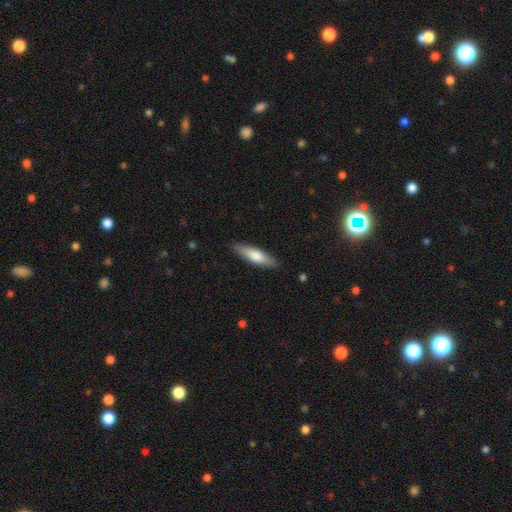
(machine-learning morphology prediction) Q: Smooth or featured?
A: smooth (68%); runner-up: featured or disk (27%)
Q: How rounded?
A: cigar-shaped (70%); runner-up: in between (28%)
Q: Merging?
A: none (89%); runner-up: minor disturbance (9%)